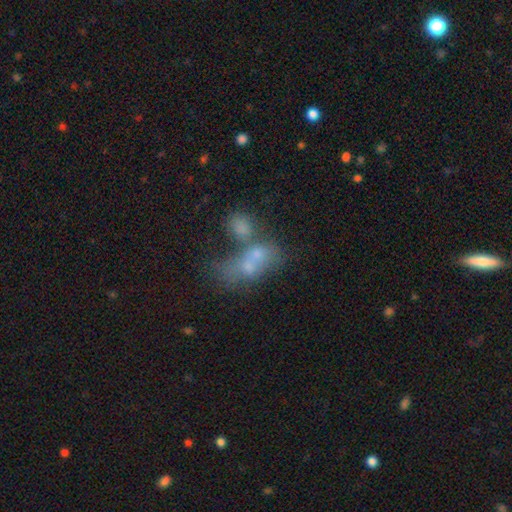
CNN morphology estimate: Smooth or featured? Predicted: smooth (p=0.55). How rounded? Predicted: in between (p=0.74). Merging? Predicted: merger (p=0.65).